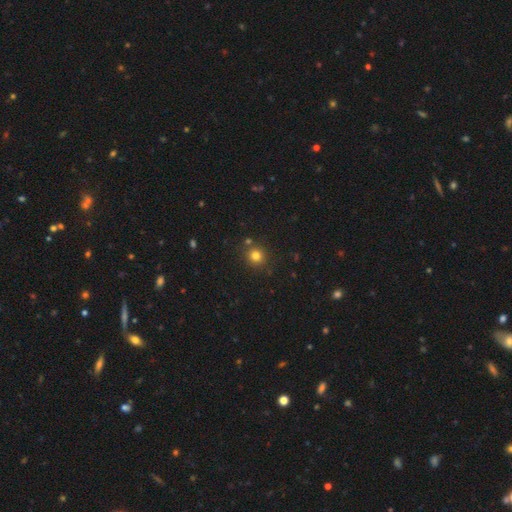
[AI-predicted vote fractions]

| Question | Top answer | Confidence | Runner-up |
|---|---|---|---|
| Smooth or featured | smooth | 78% | star or artifact (16%) |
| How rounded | round | 91% | in between (8%) |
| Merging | none | 82% | minor disturbance (8%) |